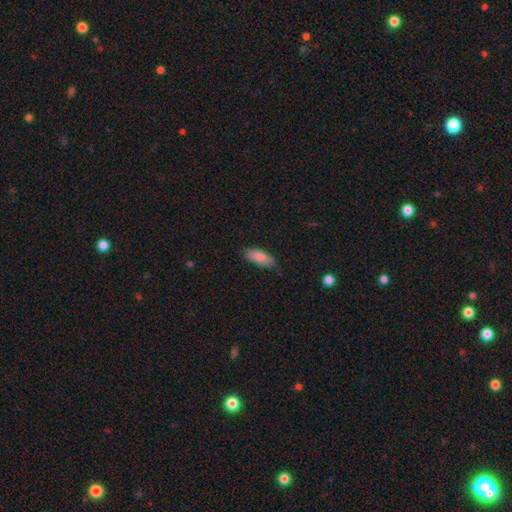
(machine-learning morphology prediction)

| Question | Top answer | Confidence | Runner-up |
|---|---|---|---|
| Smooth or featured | smooth | 80% | featured or disk (13%) |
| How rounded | in between | 75% | cigar-shaped (23%) |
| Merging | none | 83% | minor disturbance (14%) |